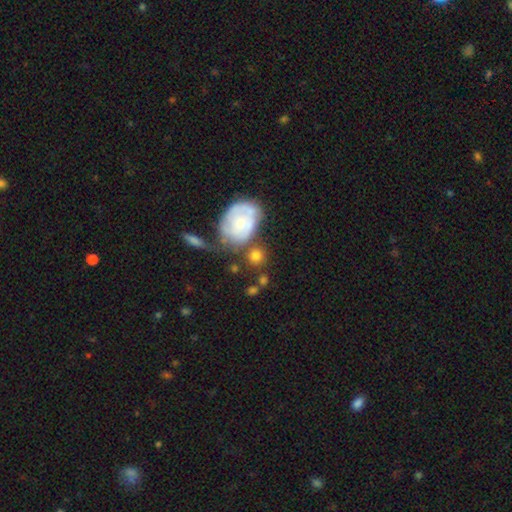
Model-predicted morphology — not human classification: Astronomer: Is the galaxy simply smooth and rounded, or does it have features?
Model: smooth — 68%.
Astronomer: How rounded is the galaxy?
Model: round — 80%.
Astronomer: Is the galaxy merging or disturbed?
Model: none — 57%.